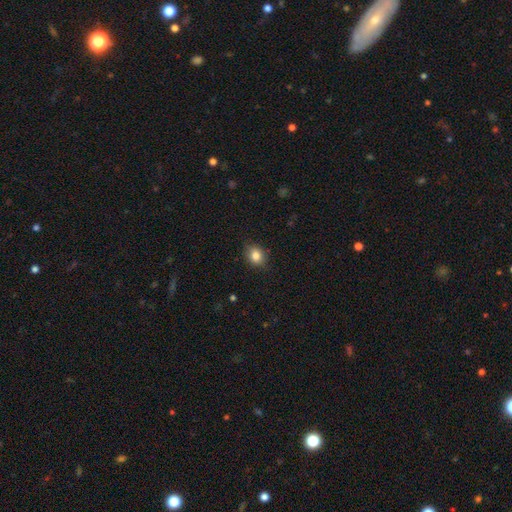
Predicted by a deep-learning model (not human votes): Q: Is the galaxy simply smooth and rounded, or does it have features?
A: smooth — 84%.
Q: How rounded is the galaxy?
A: round — 55%.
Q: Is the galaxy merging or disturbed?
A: none — 84%.